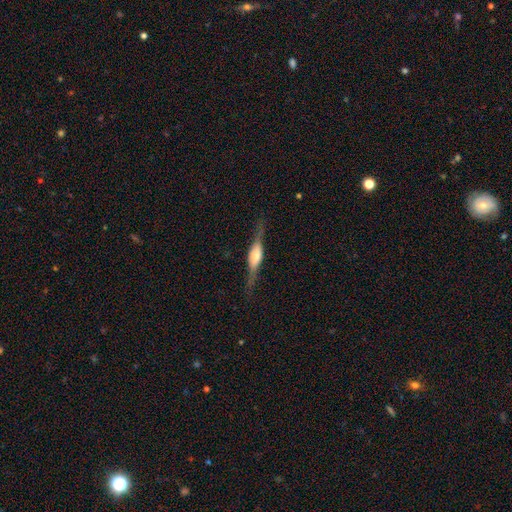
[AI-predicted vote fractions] Morphology: type=featured or disk (72%); edge-on=yes (96%); edge-on bulge=rounded (71%); merging=none (81%).